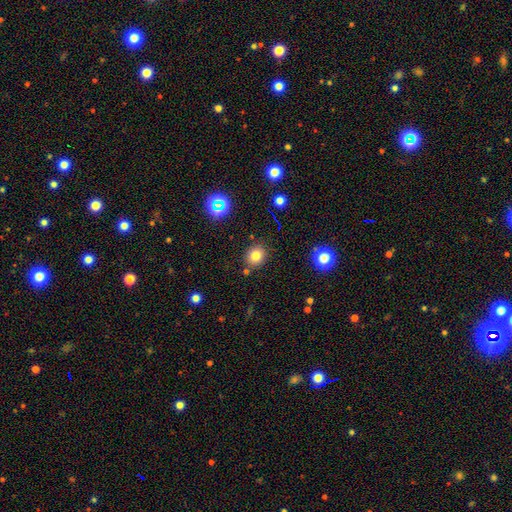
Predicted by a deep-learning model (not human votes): smooth_or_featured: smooth (p=0.78) [alt: star or artifact p=0.14]
how_rounded: round (p=0.74) [alt: in between p=0.25]
merging: none (p=0.84) [alt: minor disturbance p=0.09]